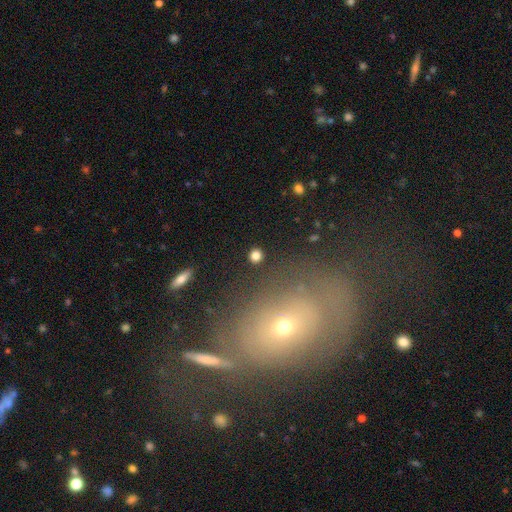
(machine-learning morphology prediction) This appears to be a smooth galaxy with no disk features (82%) that is round (91%). Merging: none (91%).